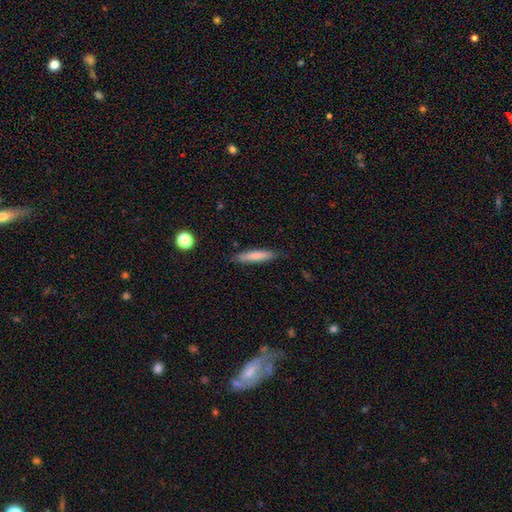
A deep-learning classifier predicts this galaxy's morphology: Smooth or featured: smooth — 76% (featured or disk — 18%)
How rounded: cigar-shaped — 85% (in between — 13%)
Merging: none — 84% (minor disturbance — 12%)